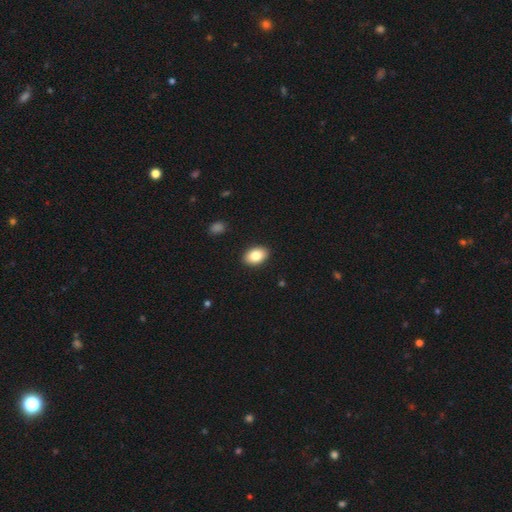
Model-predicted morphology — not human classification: Smooth or featured?
  - smooth: 83% *
  - featured or disk: 10%
  - star or artifact: 7%
How rounded?
  - in between: 87% *
  - round: 12%
  - cigar-shaped: 1%
Merging?
  - none: 90% *
  - minor disturbance: 7%
  - major disturbance: 2%
  - merger: 1%